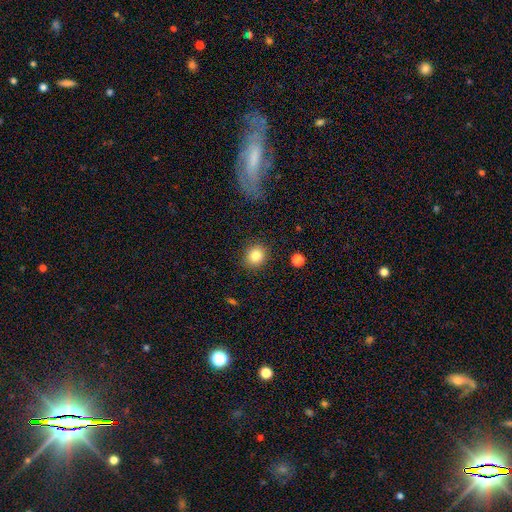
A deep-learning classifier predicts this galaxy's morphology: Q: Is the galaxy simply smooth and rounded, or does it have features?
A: smooth — 83%.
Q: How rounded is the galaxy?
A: round — 79%.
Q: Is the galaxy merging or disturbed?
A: none — 88%.